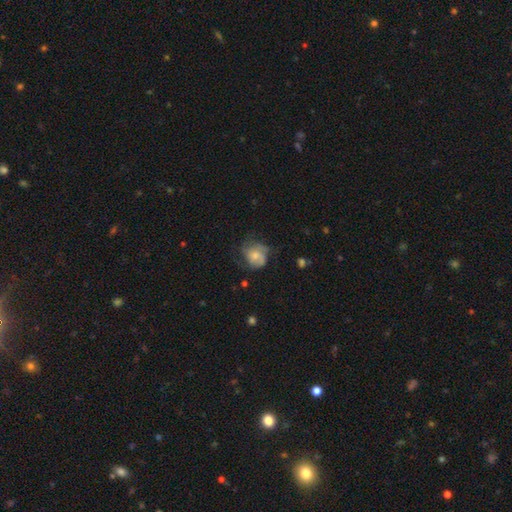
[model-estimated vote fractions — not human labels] This is possibly a smooth galaxy (55%). How rounded: likely round (69%). Merging: possibly none (47%).